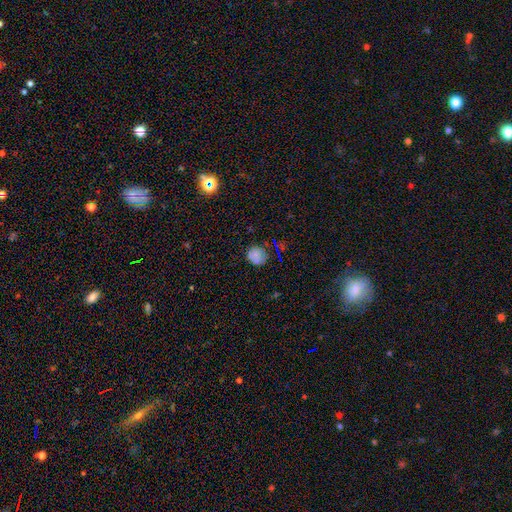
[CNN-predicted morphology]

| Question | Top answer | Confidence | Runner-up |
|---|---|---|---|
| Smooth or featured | smooth | 71% | star or artifact (21%) |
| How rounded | round | 87% | in between (12%) |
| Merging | none | 79% | minor disturbance (15%) |